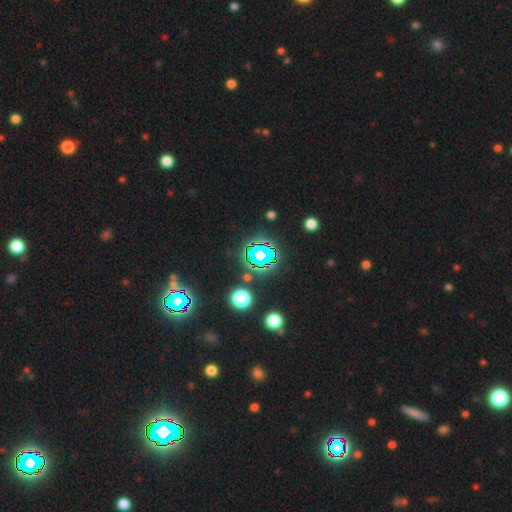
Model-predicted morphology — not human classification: Smooth or featured: star or artifact — 82% (smooth — 11%)